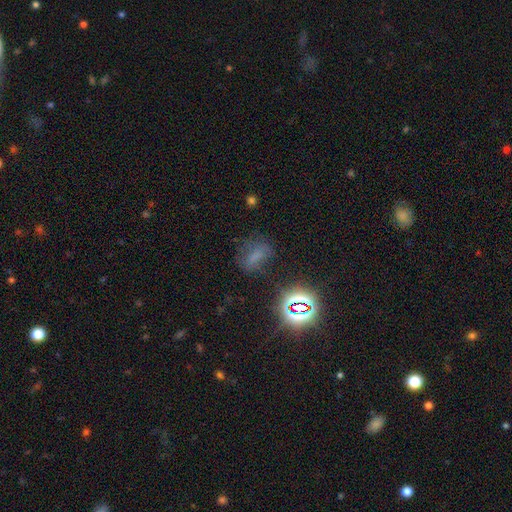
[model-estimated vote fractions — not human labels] The model was most divided on "smooth or featured": smooth: 50%, star or artifact: 34%, featured or disk: 16%. More confident: how rounded — in between (69%); merging — none (58%).